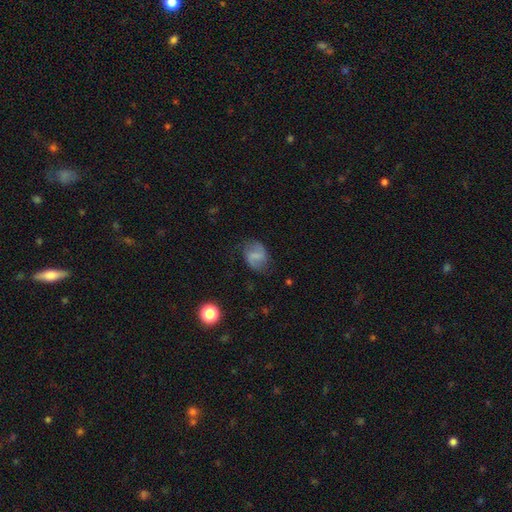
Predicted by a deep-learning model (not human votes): featured or disk 48%, smooth 43%, star or artifact 10%. Down the decision tree: merging — none (72%).